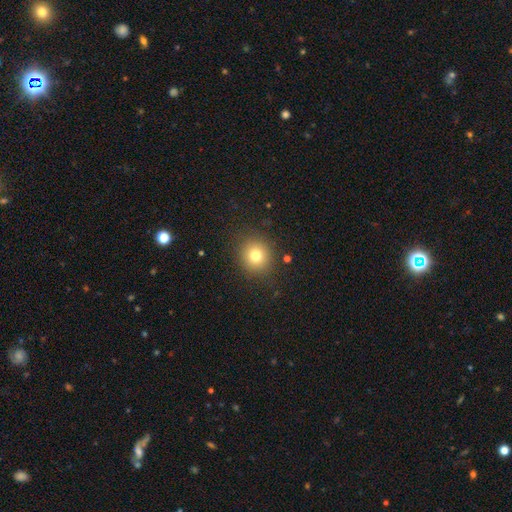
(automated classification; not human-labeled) Smooth or featured?
  - smooth: 77% *
  - star or artifact: 13%
  - featured or disk: 9%
How rounded?
  - round: 85% *
  - in between: 14%
  - cigar-shaped: 1%
Merging?
  - none: 88% *
  - minor disturbance: 8%
  - major disturbance: 3%
  - merger: 1%